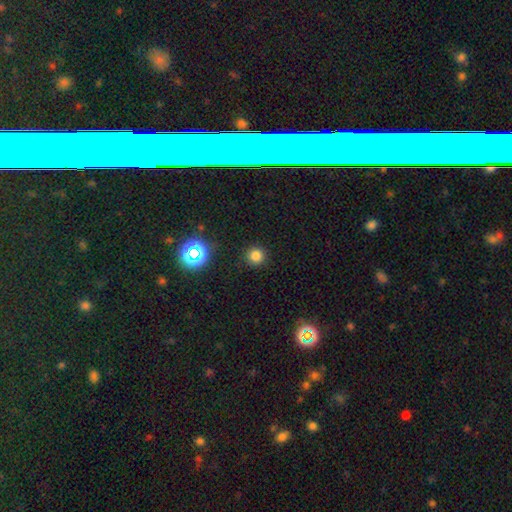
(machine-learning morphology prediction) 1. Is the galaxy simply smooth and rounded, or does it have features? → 76% smooth, 18% star or artifact, 5% featured or disk.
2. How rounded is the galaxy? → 95% round, 4% in between, 1% cigar-shaped.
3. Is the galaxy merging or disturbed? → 91% none, 6% minor disturbance, 2% major disturbance, 1% merger.